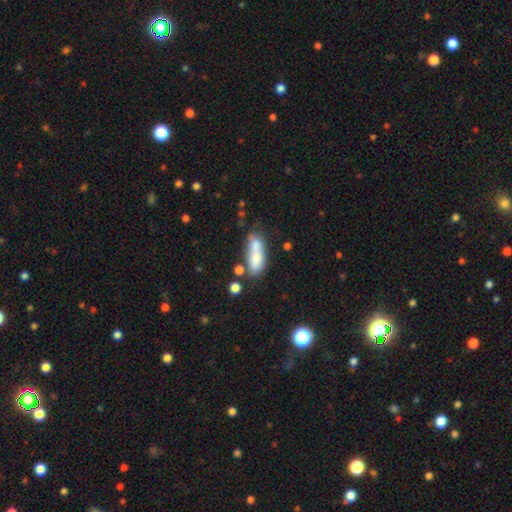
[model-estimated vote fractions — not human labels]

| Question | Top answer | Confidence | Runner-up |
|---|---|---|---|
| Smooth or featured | smooth | 73% | featured or disk (18%) |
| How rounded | in between | 63% | cigar-shaped (33%) |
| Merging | none | 39% | merger (30%) |